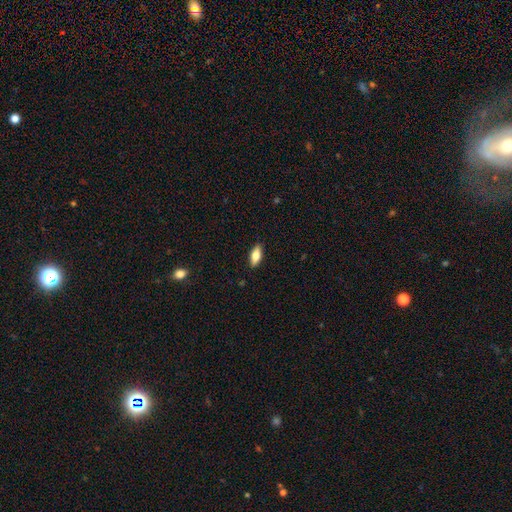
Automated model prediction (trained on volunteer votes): This appears to be a smooth galaxy with no disk features (73%) that is in between round and cigar-shaped (77%). Merging: none (89%).